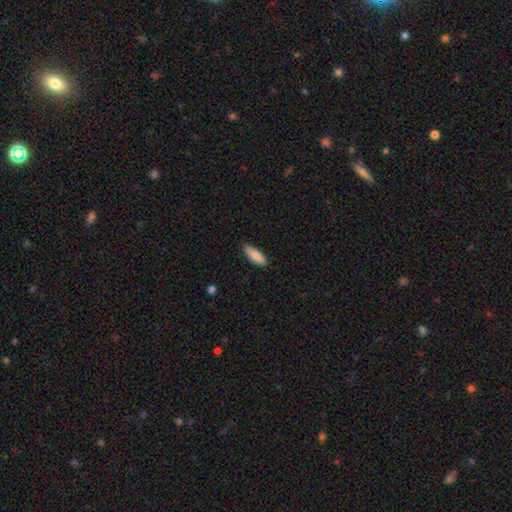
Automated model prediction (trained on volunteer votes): This is clearly a smooth galaxy (86%). How rounded: possibly in between (57%). Merging: clearly none (80%).